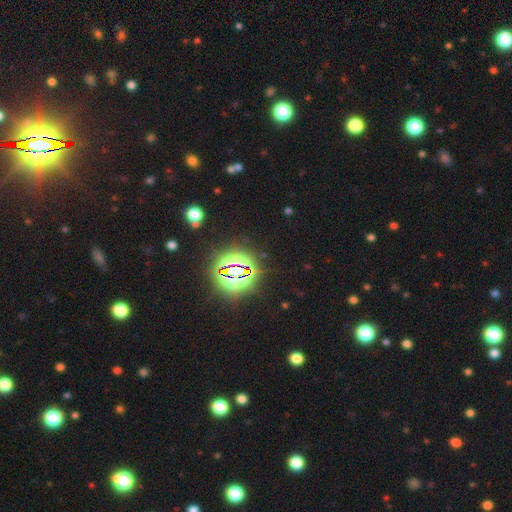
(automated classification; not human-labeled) The model was most divided on "smooth or featured": star or artifact: 82%, smooth: 11%, featured or disk: 7%.